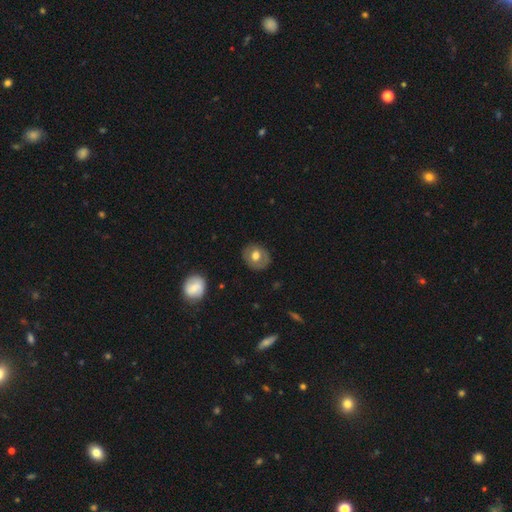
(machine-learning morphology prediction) Q: Smooth or featured?
A: smooth (62%); runner-up: featured or disk (30%)
Q: How rounded?
A: round (77%); runner-up: in between (22%)
Q: Merging?
A: none (83%); runner-up: minor disturbance (12%)